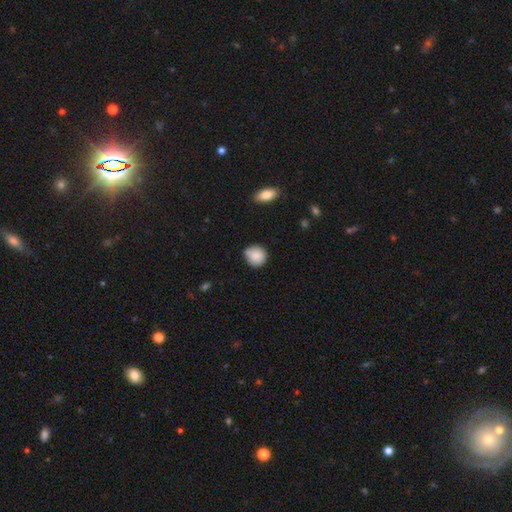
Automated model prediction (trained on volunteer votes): smooth-or-featured: smooth: 87% | star or artifact: 8% | featured or disk: 5%
  how-rounded: round: 89% | in between: 10% | cigar-shaped: 1%
  merging: none: 75% | minor disturbance: 18% | merger: 4% | major disturbance: 3%